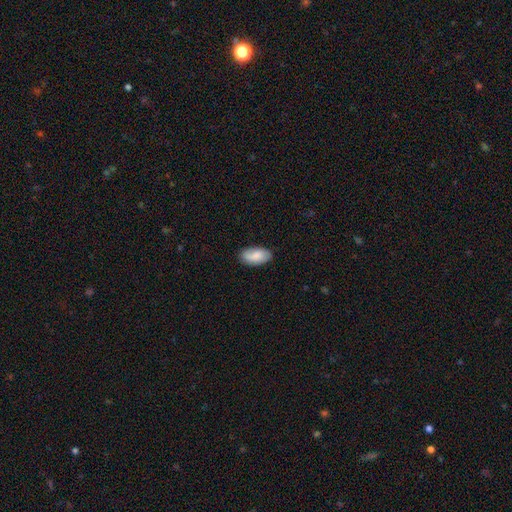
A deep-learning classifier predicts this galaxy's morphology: A smooth galaxy with no disk features (78%) that is in between round and cigar-shaped (94%).

Vote fractions:
- Smooth or featured? smooth: 78% / featured or disk: 16% / star or artifact: 6%
- How rounded? in between: 94% / cigar-shaped: 3% / round: 3%
- Merging? none: 80% / minor disturbance: 16% / major disturbance: 3% / merger: 1%